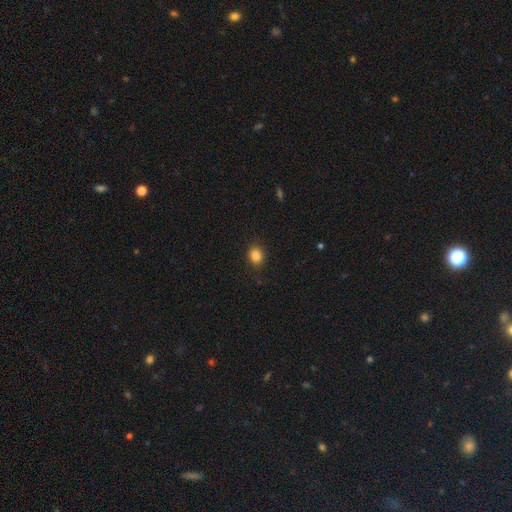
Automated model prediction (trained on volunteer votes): Smooth or featured?
  - smooth: 85% *
  - star or artifact: 11%
  - featured or disk: 5%
How rounded?
  - round: 62% *
  - in between: 37%
  - cigar-shaped: 1%
Merging?
  - none: 86% *
  - minor disturbance: 10%
  - major disturbance: 3%
  - merger: 1%